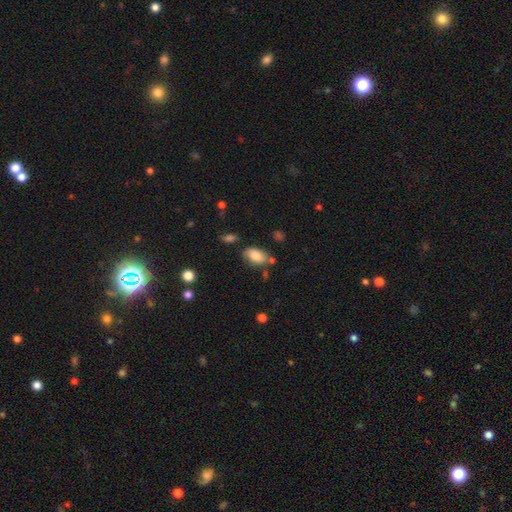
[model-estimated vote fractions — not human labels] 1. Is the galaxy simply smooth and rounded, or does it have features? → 80% smooth, 12% featured or disk, 8% star or artifact.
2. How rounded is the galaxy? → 91% in between, 8% round, 2% cigar-shaped.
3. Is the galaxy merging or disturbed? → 60% none, 24% minor disturbance, 9% merger, 7% major disturbance.